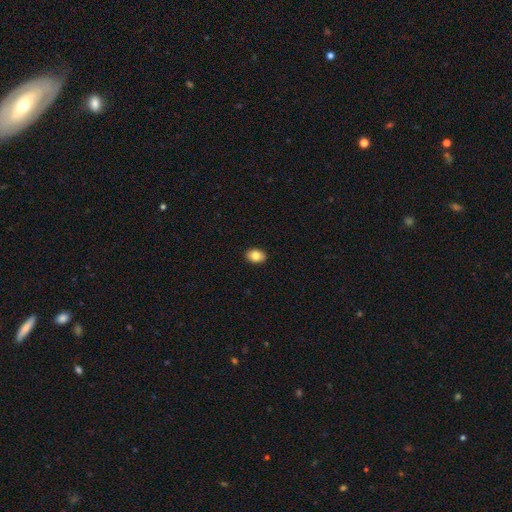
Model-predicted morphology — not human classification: type=smooth (84%); roundness=in between (77%); merging=none (91%).